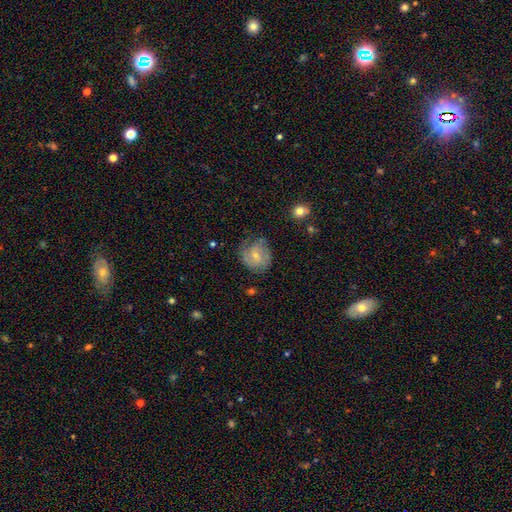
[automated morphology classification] featured or disk 56%, smooth 37%, star or artifact 7%. Down the decision tree: edge-on disk — no (97%); bar — weak (47%); spiral arms — yes (83%); bulge size — small (61%); merging — none (64%).